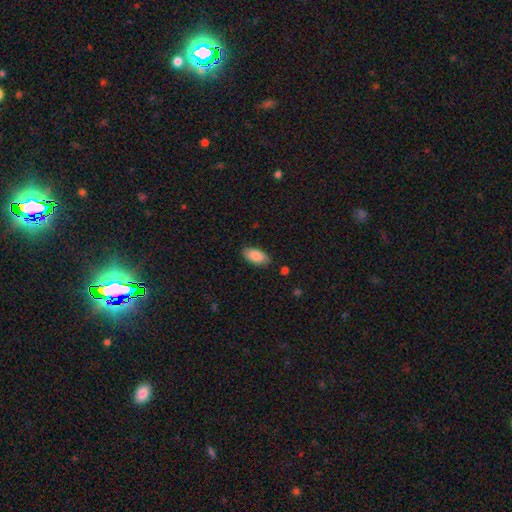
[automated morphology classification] smooth_or_featured: smooth (p=0.87) [alt: star or artifact p=0.06]
how_rounded: in between (p=0.92) [alt: cigar-shaped p=0.05]
merging: none (p=0.84) [alt: minor disturbance p=0.12]